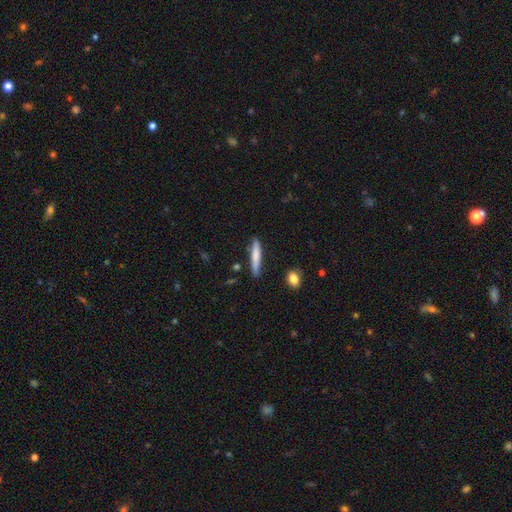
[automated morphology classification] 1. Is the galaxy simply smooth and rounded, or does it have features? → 73% smooth, 22% featured or disk, 6% star or artifact.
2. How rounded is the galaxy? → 92% cigar-shaped, 7% in between, 1% round.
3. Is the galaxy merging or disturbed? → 83% none, 13% minor disturbance, 2% merger, 2% major disturbance.